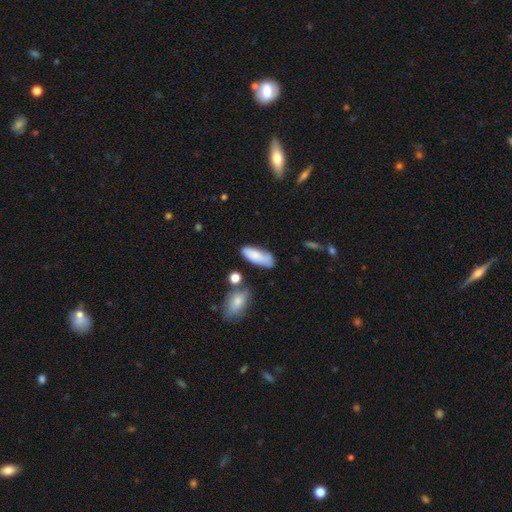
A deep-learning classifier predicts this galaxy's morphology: Overall: smooth (79%). How rounded: in between (71%). Merging: none (56%; minor disturbance 28%).